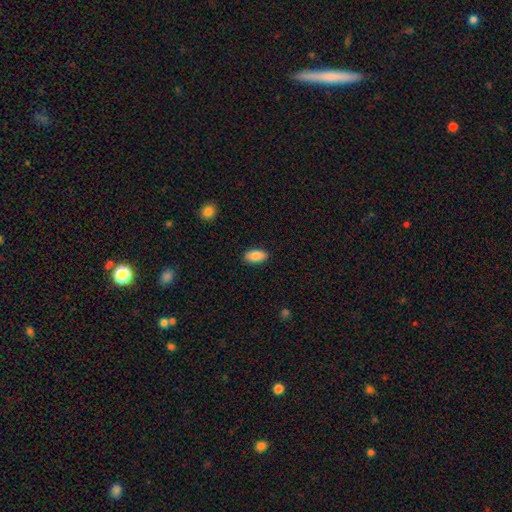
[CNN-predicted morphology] smooth 88%, star or artifact 7%, featured or disk 5%. Down the decision tree: how rounded — in between (93%); merging — none (88%).